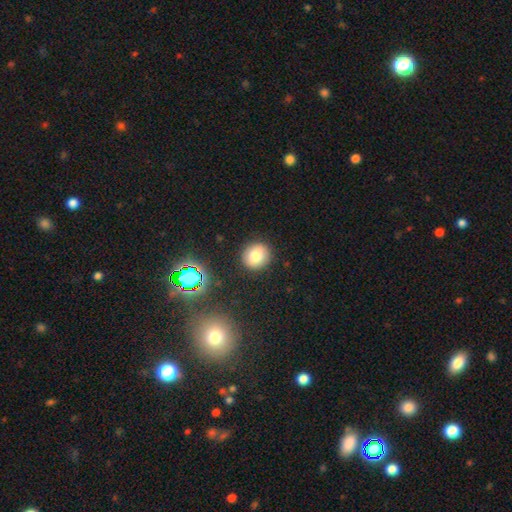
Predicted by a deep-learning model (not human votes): Smooth or featured? smooth (79%)
How rounded? round (82%)
Merging? none (89%)